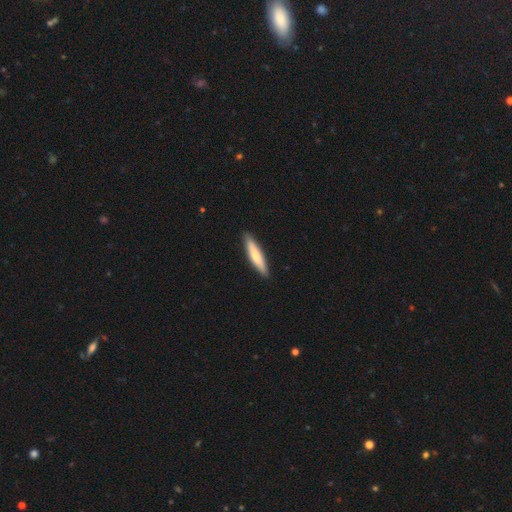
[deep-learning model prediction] A smooth galaxy with no disk features (69%) that is cigar-shaped (85%).

Vote fractions:
- Smooth or featured? smooth: 69% / featured or disk: 27% / star or artifact: 5%
- How rounded? cigar-shaped: 85% / in between: 14% / round: 1%
- Merging? none: 90% / minor disturbance: 7% / major disturbance: 1% / merger: 1%